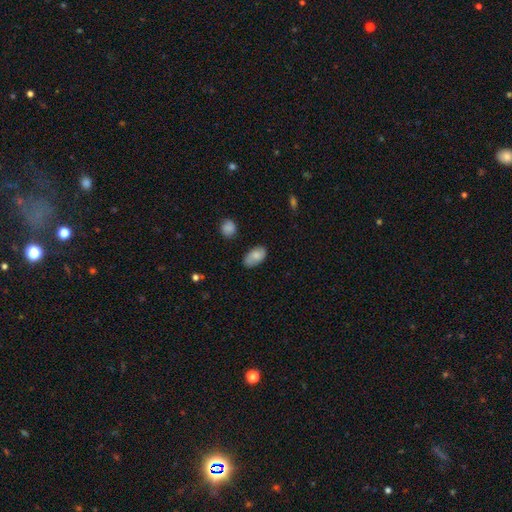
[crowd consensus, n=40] Smooth or featured? 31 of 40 (78%) said smooth. How rounded? 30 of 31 (97%) said in between. Merging? 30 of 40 (75%) said none.